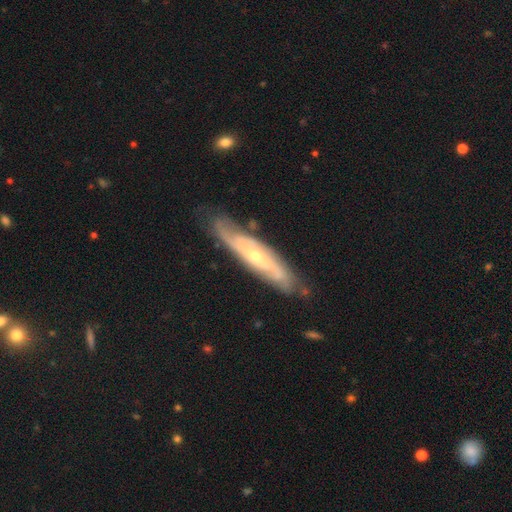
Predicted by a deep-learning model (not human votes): Smooth or featured?
  - featured or disk: 78% *
  - smooth: 16%
  - star or artifact: 6%
Edge-on disk?
  - no: 67% *
  - yes: 33%
Bar?
  - no: 61% *
  - weak: 28%
  - strong: 10%
Spiral arms?
  - yes: 90% *
  - no: 10%
Bulge size?
  - small: 62% *
  - moderate: 34%
  - large: 2%
  - none: 1%
  - dominant: 1%
Merging?
  - none: 75% *
  - minor disturbance: 18%
  - major disturbance: 5%
  - merger: 2%